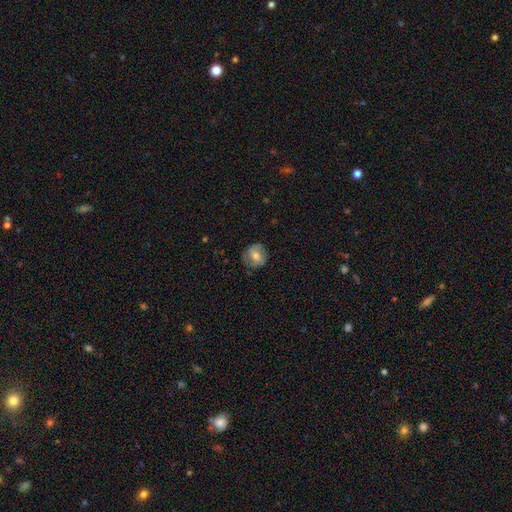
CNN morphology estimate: Smooth or featured? smooth (59%)
How rounded? round (82%)
Merging? none (78%)